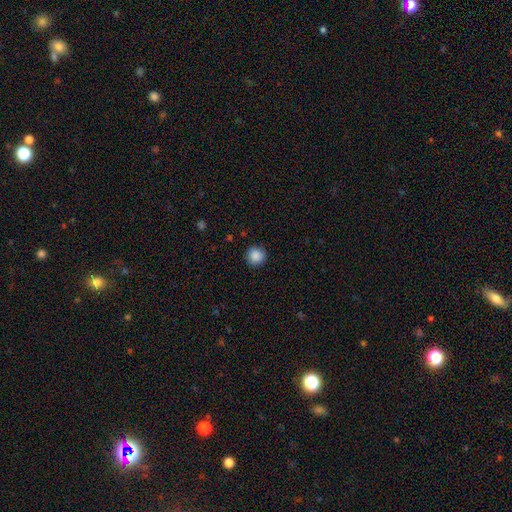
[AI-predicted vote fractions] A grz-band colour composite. It shows a smooth galaxy with no disk features (88%) that is round (94%). Merging: none (90%).